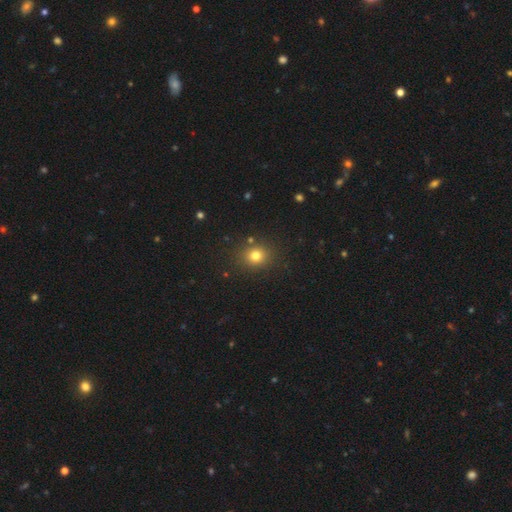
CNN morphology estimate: Overall: smooth (77%). How rounded: round (79%). Merging: none (87%).